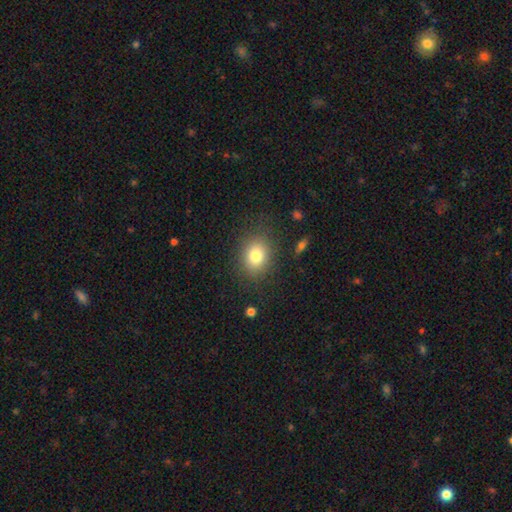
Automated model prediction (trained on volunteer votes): A smooth galaxy with no disk features (79%) that is round (54%).

Vote fractions:
- Smooth or featured? smooth: 79% / star or artifact: 11% / featured or disk: 10%
- How rounded? round: 54% / in between: 45% / cigar-shaped: 1%
- Merging? none: 84% / minor disturbance: 10% / major disturbance: 4% / merger: 1%